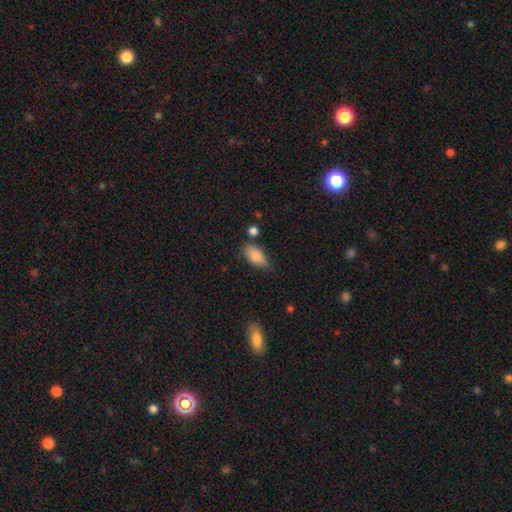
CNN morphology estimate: A smooth galaxy with no disk features (85%) that is in between round and cigar-shaped (91%). Merging: none (71%).